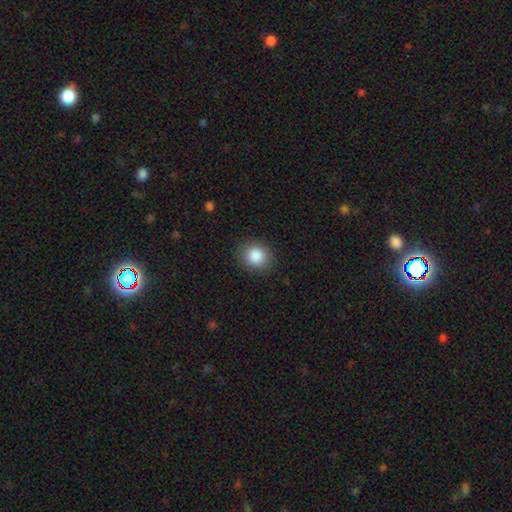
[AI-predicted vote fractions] smooth 87%, star or artifact 9%, featured or disk 4%. Down the decision tree: how rounded — round (79%); merging — none (88%).